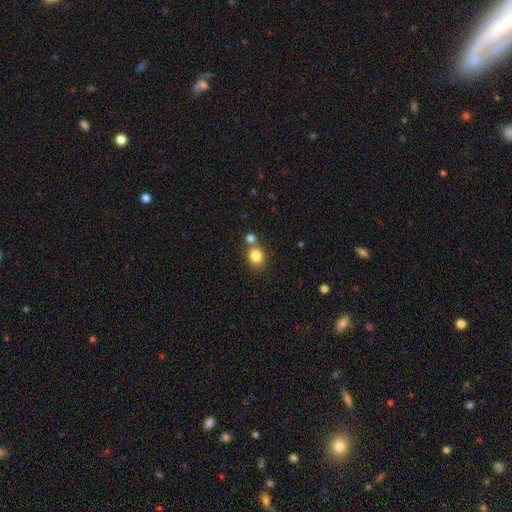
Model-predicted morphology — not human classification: A smooth galaxy with no disk features (83%) that is round (60%).

Vote fractions:
- Smooth or featured? smooth: 83% / star or artifact: 10% / featured or disk: 7%
- How rounded? round: 60% / in between: 39% / cigar-shaped: 1%
- Merging? none: 61% / merger: 25% / minor disturbance: 10% / major disturbance: 3%